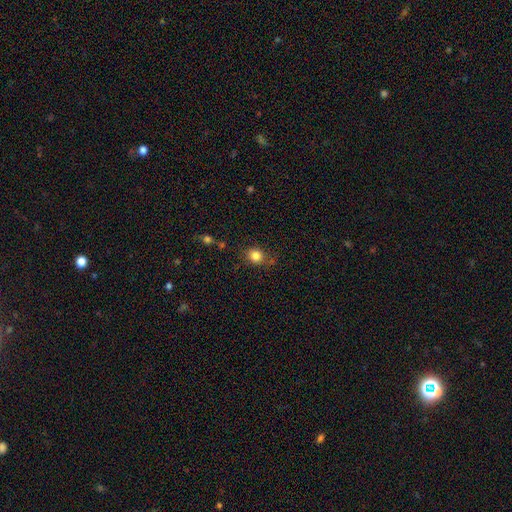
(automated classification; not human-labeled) Overall: smooth (83%). How rounded: round (72%). Merging: none (75%).